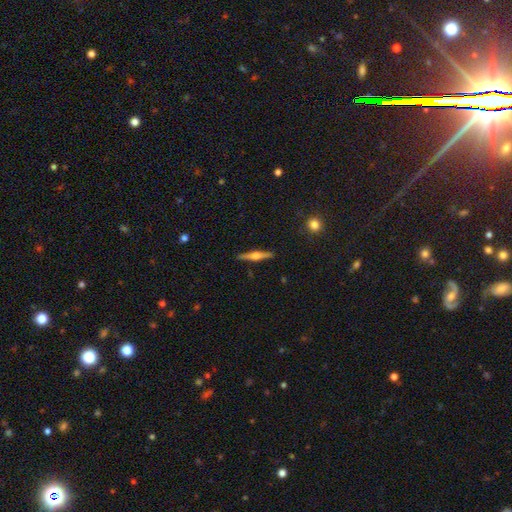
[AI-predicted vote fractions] Morphology: type=featured or disk (72%); edge-on=yes (98%); edge-on bulge=rounded (88%); merging=none (91%).